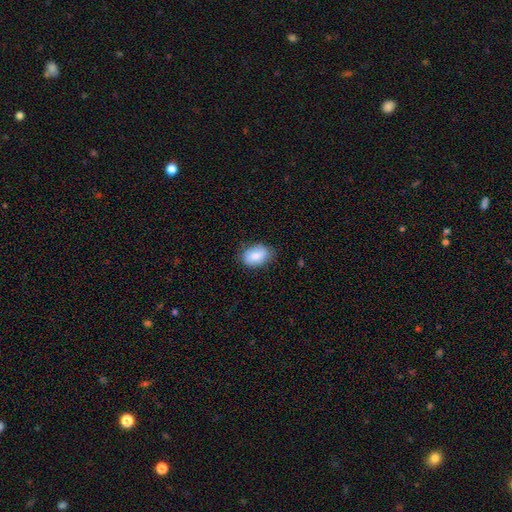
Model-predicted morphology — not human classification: Q: Smooth or featured?
A: smooth (79%); runner-up: featured or disk (14%)
Q: How rounded?
A: in between (85%); runner-up: round (14%)
Q: Merging?
A: none (72%); runner-up: minor disturbance (22%)